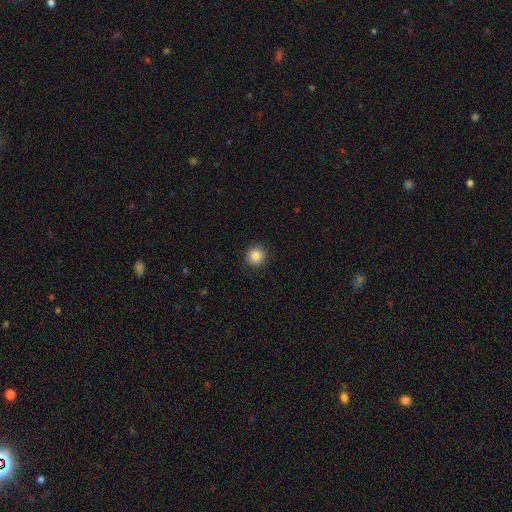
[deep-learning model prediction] The model was most divided on "smooth or featured": smooth: 86%, star or artifact: 10%, featured or disk: 4%. More confident: how rounded — round (92%); merging — none (91%).